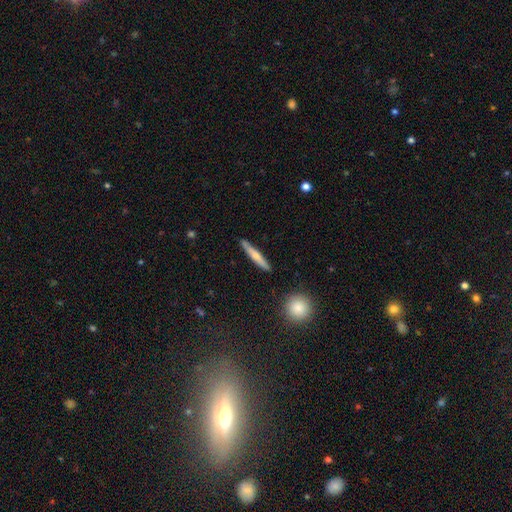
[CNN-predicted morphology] type=smooth (51%); roundness=cigar-shaped (92%); merging=none (87%).